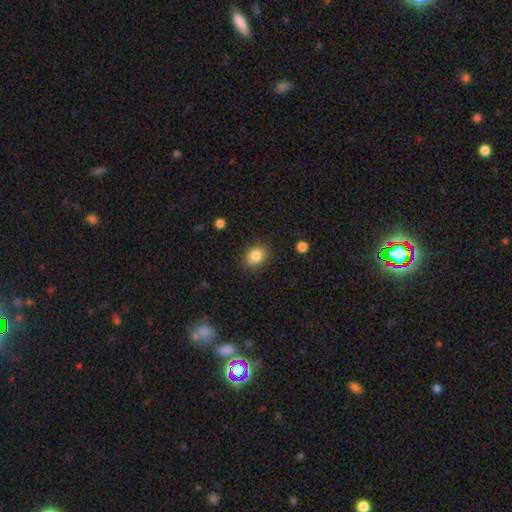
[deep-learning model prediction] A smooth galaxy with no disk features (85%) that is in between round and cigar-shaped (60%). Merging: none (85%).